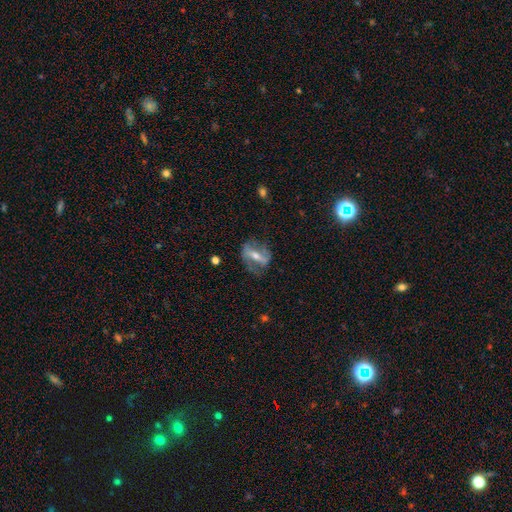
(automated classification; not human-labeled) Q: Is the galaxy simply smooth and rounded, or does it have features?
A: featured or disk — 71%.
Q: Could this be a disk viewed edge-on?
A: no — 82%.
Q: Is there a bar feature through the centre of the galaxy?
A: strong — 64%.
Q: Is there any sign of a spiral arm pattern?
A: yes — 60%.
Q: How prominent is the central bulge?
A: moderate — 52%.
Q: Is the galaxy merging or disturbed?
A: none — 61%.